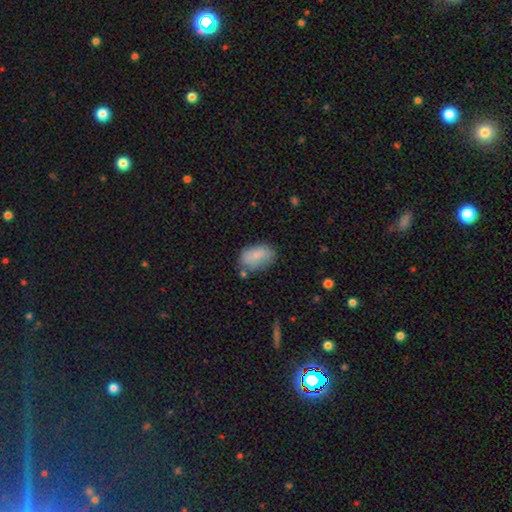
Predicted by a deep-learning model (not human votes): smooth-or-featured: smooth: 83% | featured or disk: 10% | star or artifact: 7%
  how-rounded: in between: 91% | round: 8% | cigar-shaped: 2%
  merging: none: 66% | minor disturbance: 23% | major disturbance: 6% | merger: 5%